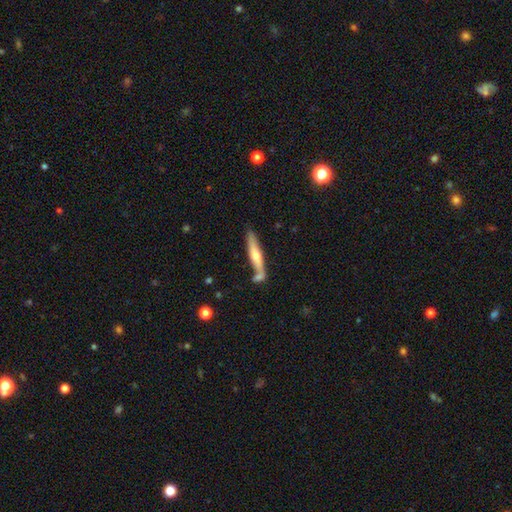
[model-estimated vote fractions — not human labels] Smooth or featured?
  - featured or disk: 48% *
  - smooth: 46%
  - star or artifact: 6%
Merging?
  - none: 63% *
  - merger: 18%
  - minor disturbance: 15%
  - major disturbance: 4%